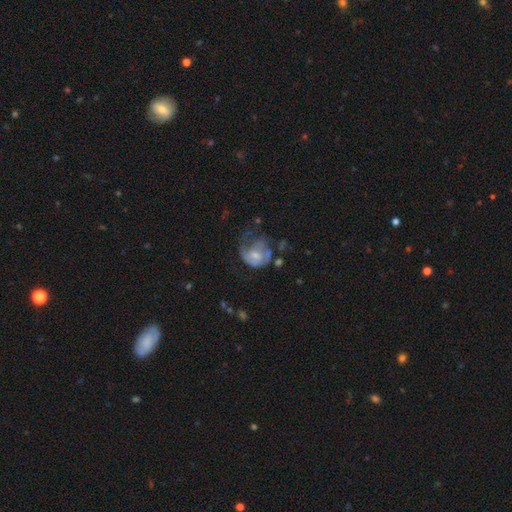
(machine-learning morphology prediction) smooth-or-featured: featured or disk: 52% | smooth: 40% | star or artifact: 8%
  disk-edge-on: no: 97% | yes: 3%
    bar: no: 70% | weak: 25% | strong: 5%
    has-spiral-arms: yes: 57% | no: 43%
    bulge-size: small: 46% | moderate: 42% | none: 7% | large: 4% | dominant: 1%
  merging: major disturbance: 49% | minor disturbance: 23% | none: 22% | merger: 6%